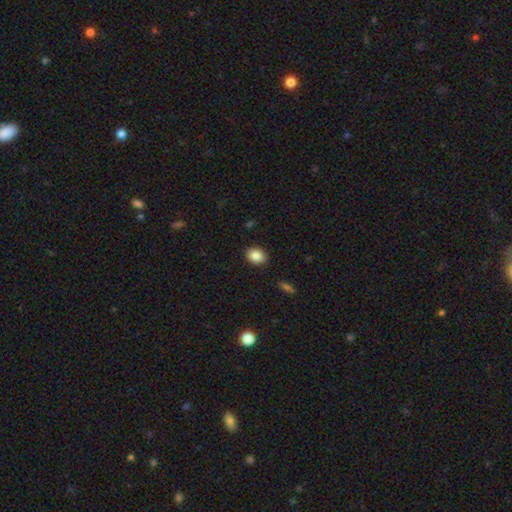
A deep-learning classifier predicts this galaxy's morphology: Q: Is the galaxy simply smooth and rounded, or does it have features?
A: smooth — 85%.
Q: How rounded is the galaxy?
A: in between — 56%.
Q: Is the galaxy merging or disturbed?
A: none — 89%.